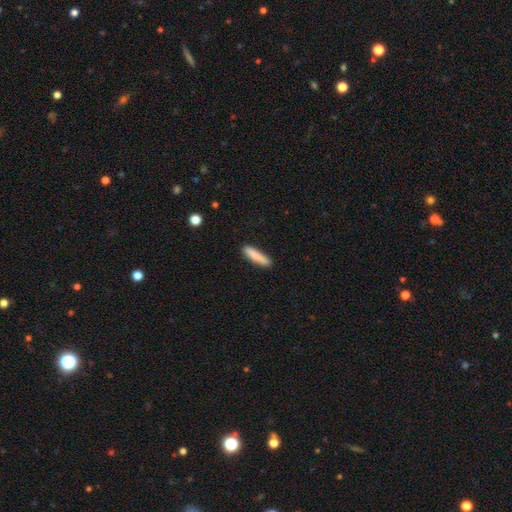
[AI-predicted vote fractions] Smooth or featured?
  - smooth: 86% *
  - featured or disk: 8%
  - star or artifact: 6%
How rounded?
  - cigar-shaped: 83% *
  - in between: 16%
  - round: 1%
Merging?
  - none: 88% *
  - minor disturbance: 9%
  - major disturbance: 2%
  - merger: 1%